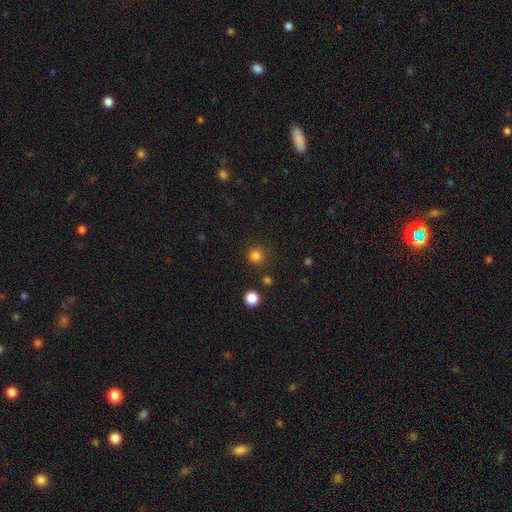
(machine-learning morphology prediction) The model was most divided on "smooth or featured": smooth: 81%, star or artifact: 15%, featured or disk: 4%. More confident: how rounded — round (94%); merging — none (86%).